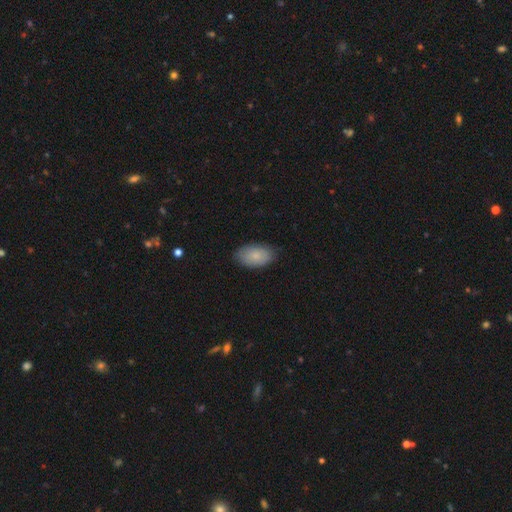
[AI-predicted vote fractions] This appears to be a smooth galaxy with no disk features (83%) that is in between round and cigar-shaped (94%). Merging: none (81%).